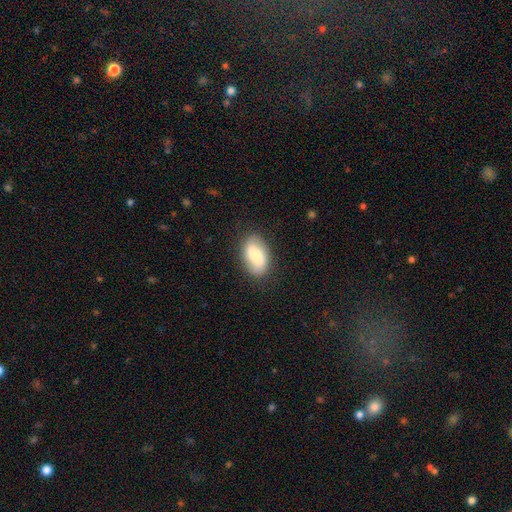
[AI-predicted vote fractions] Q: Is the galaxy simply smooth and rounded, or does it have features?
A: smooth — 62%.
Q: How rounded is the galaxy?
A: in between — 92%.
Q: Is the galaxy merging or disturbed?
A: none — 82%.